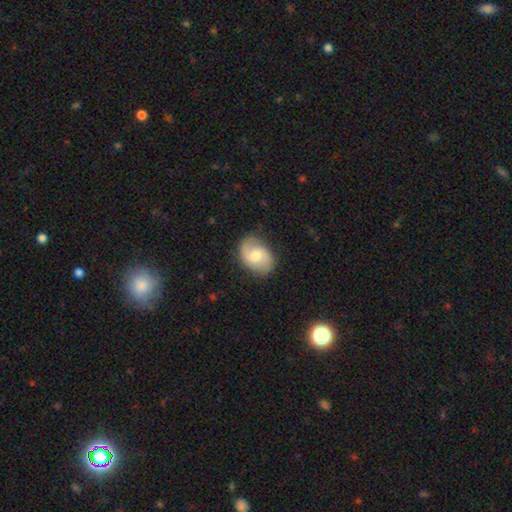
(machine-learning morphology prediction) Smooth or featured?
  - featured or disk: 57% *
  - smooth: 37%
  - star or artifact: 6%
Edge-on disk?
  - no: 97% *
  - yes: 3%
Bar?
  - no: 51% *
  - weak: 42%
  - strong: 7%
Spiral arms?
  - yes: 86% *
  - no: 14%
Bulge size?
  - moderate: 65% *
  - small: 24%
  - large: 7%
  - none: 2%
  - dominant: 1%
Merging?
  - none: 79% *
  - minor disturbance: 16%
  - major disturbance: 4%
  - merger: 1%